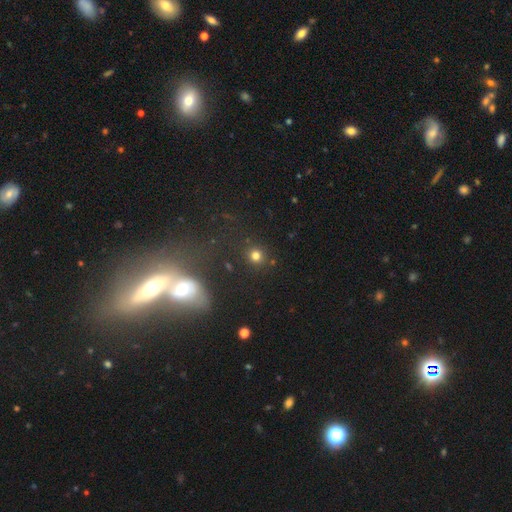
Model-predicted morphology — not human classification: Smooth or featured? Predicted: smooth (p=0.76). How rounded? Predicted: round (p=0.88). Merging? Predicted: none (p=0.87).